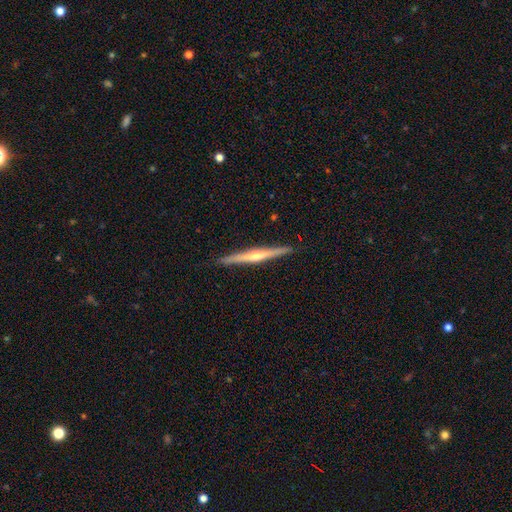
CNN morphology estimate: smooth-or-featured: featured or disk: 77% | smooth: 18% | star or artifact: 5%
  disk-edge-on: yes: 98% | no: 2%
    edge-on-bulge: rounded: 81% | none: 13% | boxy: 5%
  merging: none: 92% | minor disturbance: 6% | major disturbance: 1% | merger: 1%